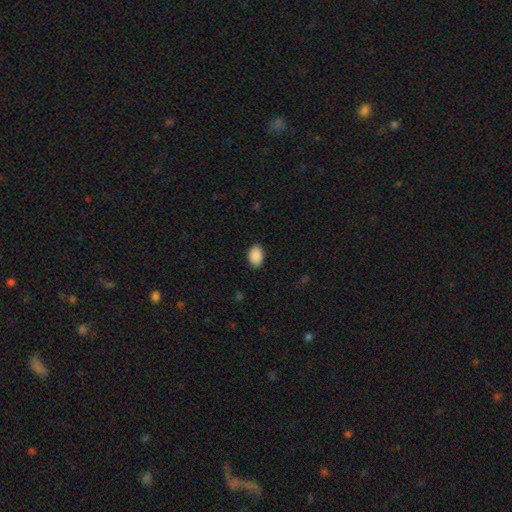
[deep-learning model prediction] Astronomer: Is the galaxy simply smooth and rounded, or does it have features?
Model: smooth — 90%.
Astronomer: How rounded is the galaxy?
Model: in between — 85%.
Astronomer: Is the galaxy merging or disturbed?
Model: none — 89%.